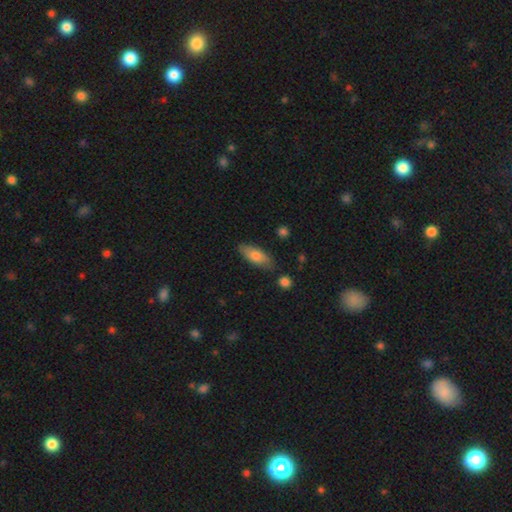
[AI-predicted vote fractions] smooth-or-featured: smooth: 75% | featured or disk: 19% | star or artifact: 6%
  how-rounded: in between: 73% | cigar-shaped: 24% | round: 2%
  merging: none: 80% | minor disturbance: 15% | merger: 3% | major disturbance: 3%